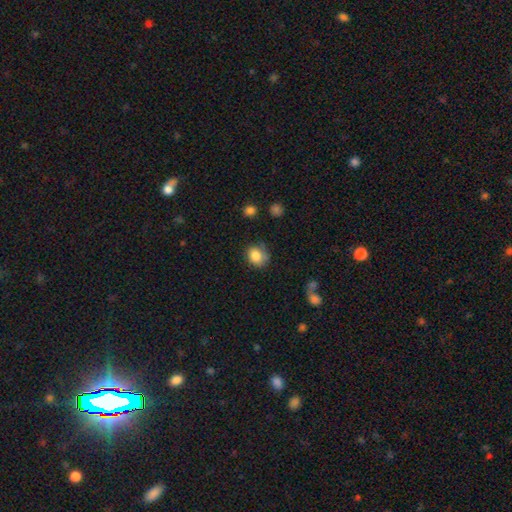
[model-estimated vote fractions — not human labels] Q: Smooth or featured?
A: smooth (83%); runner-up: star or artifact (9%)
Q: How rounded?
A: round (59%); runner-up: in between (40%)
Q: Merging?
A: none (59%); runner-up: minor disturbance (27%)